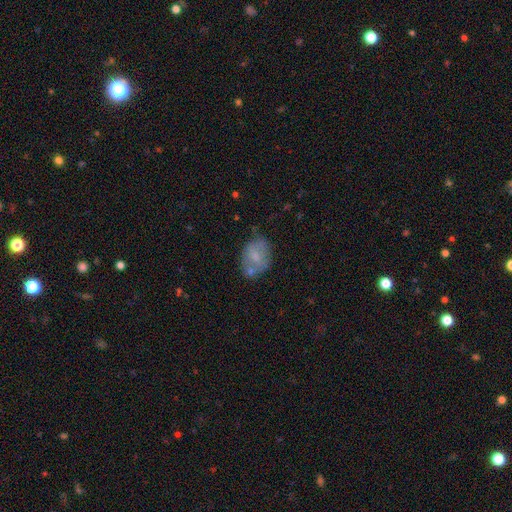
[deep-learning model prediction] smooth_or_featured: smooth (p=0.65) [alt: featured or disk p=0.27]
how_rounded: in between (p=0.70) [alt: round p=0.28]
merging: none (p=0.54) [alt: minor disturbance p=0.22]